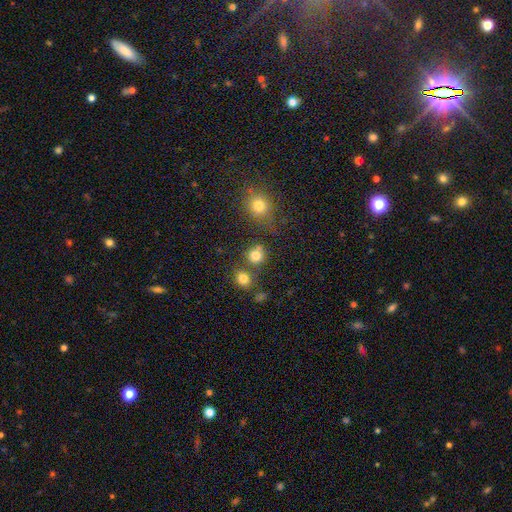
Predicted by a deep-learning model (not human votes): This appears to be a smooth galaxy with no disk features (80%) that is round (88%). Merging: none (69%).